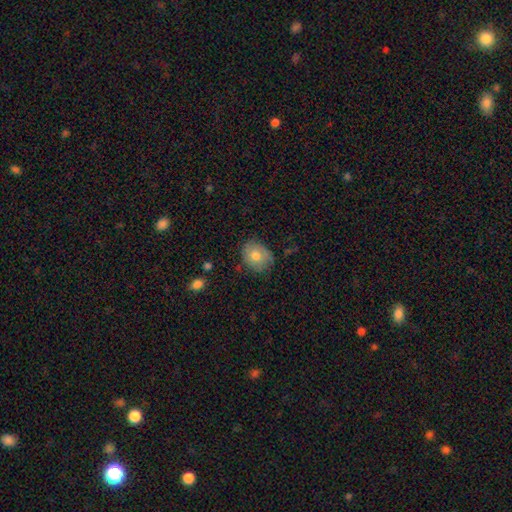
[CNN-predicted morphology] This is likely a smooth galaxy (73%). How rounded: possibly in between (50%). Merging: likely none (75%).